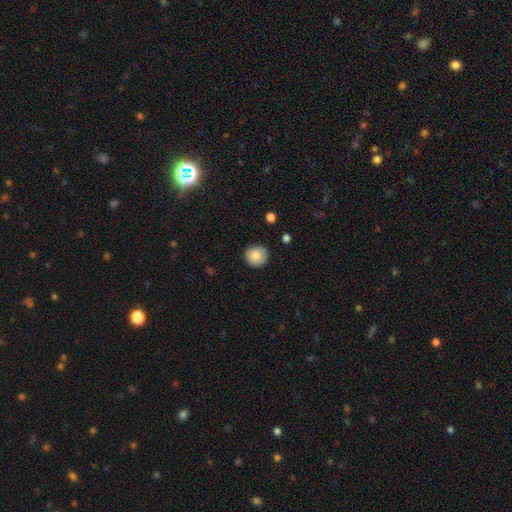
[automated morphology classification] Q: Smooth or featured?
A: smooth (86%); runner-up: star or artifact (8%)
Q: How rounded?
A: round (93%); runner-up: in between (7%)
Q: Merging?
A: none (86%); runner-up: minor disturbance (10%)